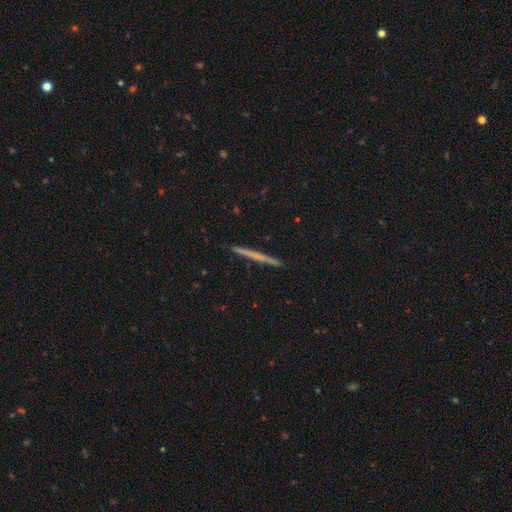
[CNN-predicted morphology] Q: Smooth or featured?
A: featured or disk (51%); runner-up: smooth (44%)
Q: Edge-on disk?
A: yes (98%); runner-up: no (2%)
Q: Merging?
A: none (93%); runner-up: minor disturbance (5%)